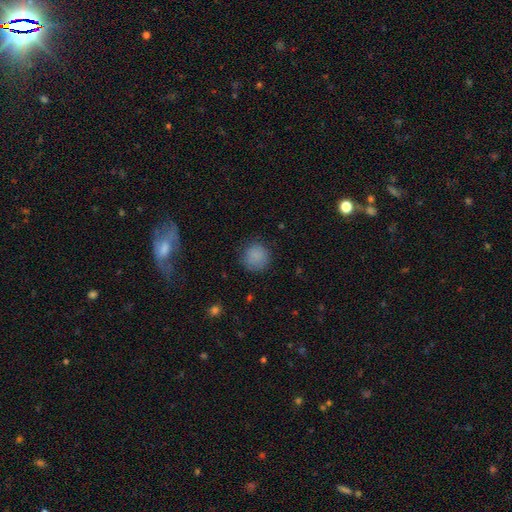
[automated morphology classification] type=smooth (85%); roundness=round (92%); merging=none (82%).